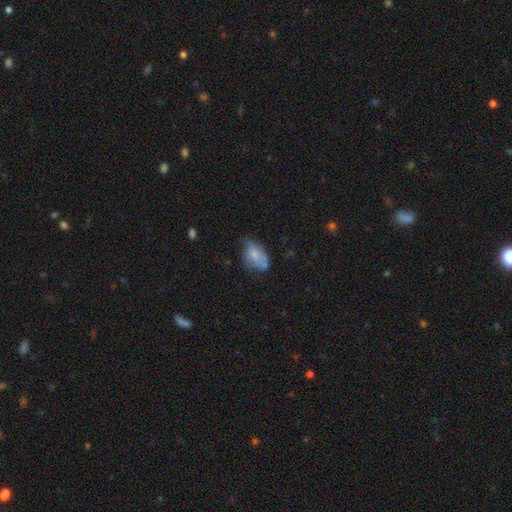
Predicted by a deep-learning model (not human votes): This is likely a smooth galaxy (67%). How rounded: clearly in between (87%). Merging: marginally minor disturbance (38%, tied with none).